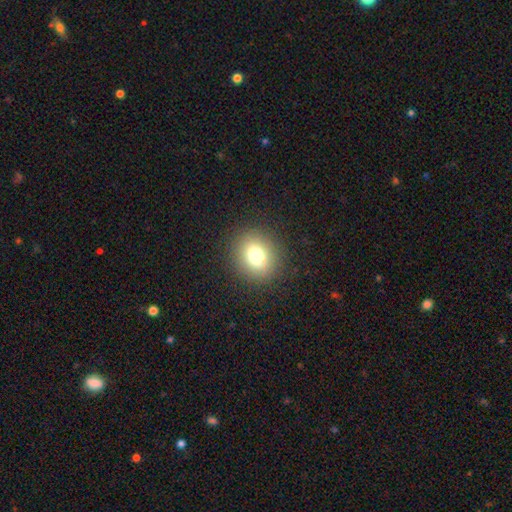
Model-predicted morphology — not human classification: type=smooth (76%); roundness=round (77%); merging=none (89%).